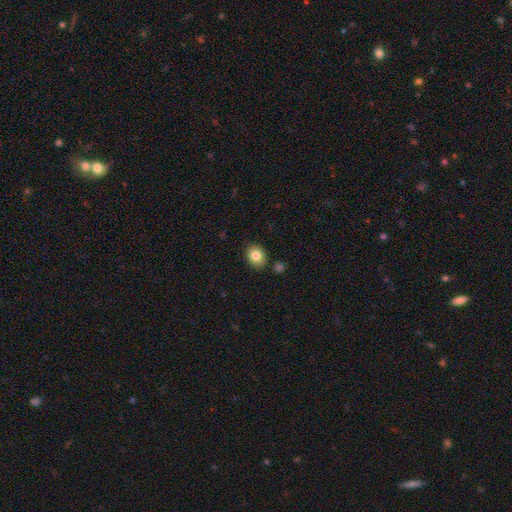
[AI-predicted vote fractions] Smooth or featured? smooth (83%)
How rounded? in between (50%)
Merging? none (85%)